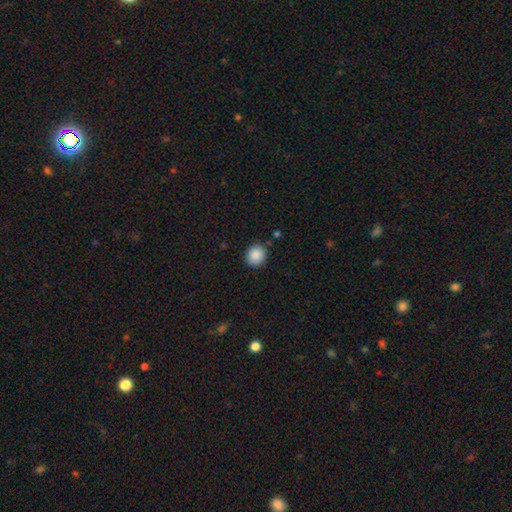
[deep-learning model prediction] A smooth galaxy with no disk features (88%) that is round (83%). Merging: none (87%).